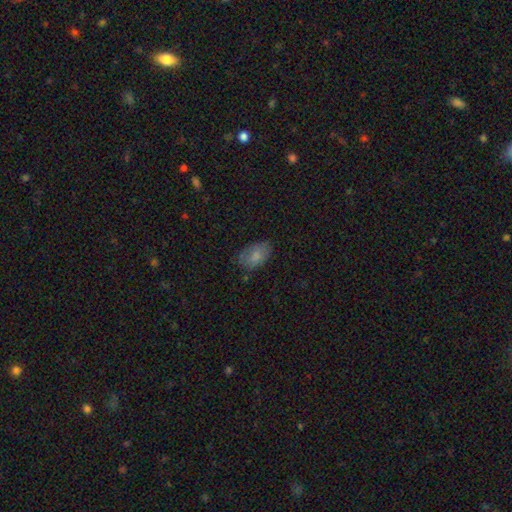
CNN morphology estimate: smooth_or_featured: smooth (p=0.79) [alt: featured or disk p=0.12]
how_rounded: in between (p=0.90) [alt: round p=0.09]
merging: none (p=0.68) [alt: minor disturbance p=0.23]